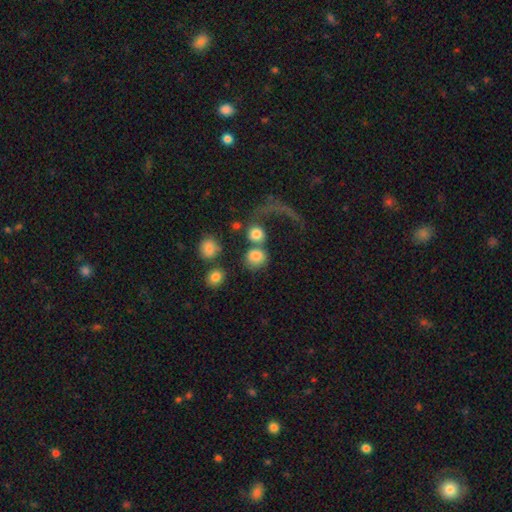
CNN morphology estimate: smooth-or-featured: smooth: 80% | featured or disk: 11% | star or artifact: 9%
  how-rounded: round: 82% | in between: 16% | cigar-shaped: 1%
  merging: none: 42% | merger: 32% | major disturbance: 16% | minor disturbance: 10%